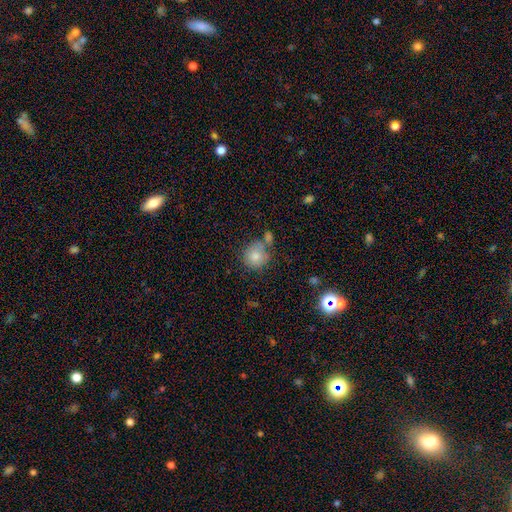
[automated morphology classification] smooth 81%, star or artifact 10%, featured or disk 10%. Down the decision tree: how rounded — round (87%); merging — none (60%).